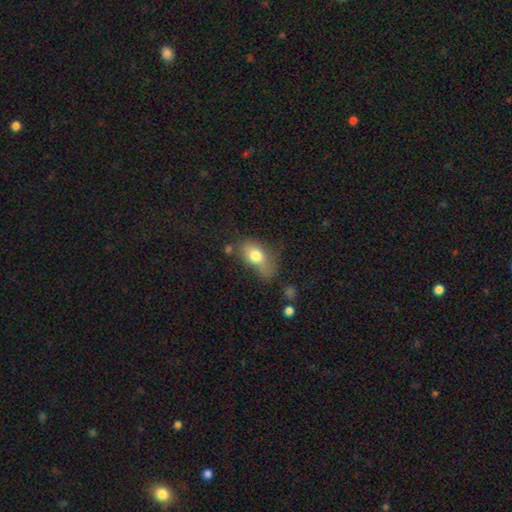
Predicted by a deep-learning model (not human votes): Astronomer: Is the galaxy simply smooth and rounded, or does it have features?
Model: smooth — 75%.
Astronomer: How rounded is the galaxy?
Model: in between — 83%.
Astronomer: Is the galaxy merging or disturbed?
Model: none — 40% (runner-up: minor disturbance, 34%).